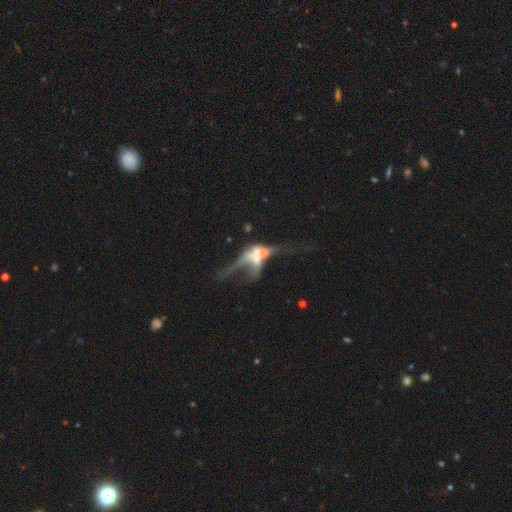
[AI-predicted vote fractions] smooth-or-featured: featured or disk: 59% | smooth: 28% | star or artifact: 13%
  disk-edge-on: no: 70% | yes: 30%
  merging: merger: 47% | major disturbance: 30% | none: 15% | minor disturbance: 8%